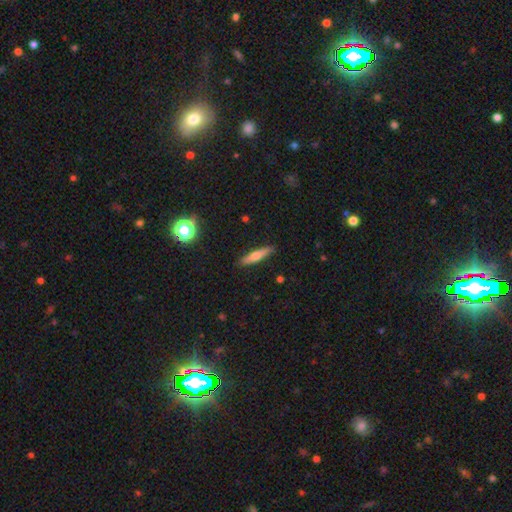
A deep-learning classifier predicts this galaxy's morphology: This appears to be a smooth galaxy with no disk features (55%) that is cigar-shaped (84%). Merging: none (89%).